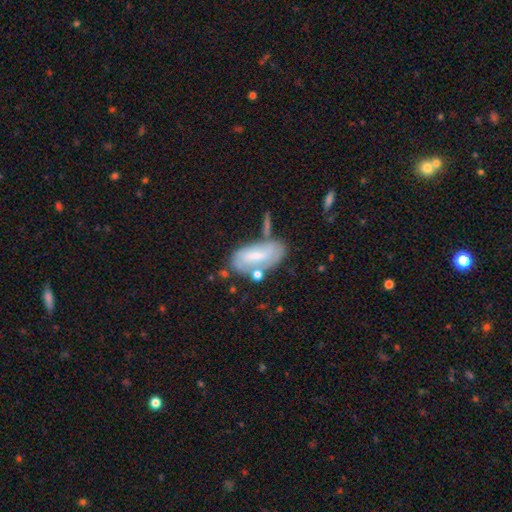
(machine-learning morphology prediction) This appears to be a featured or disk galaxy (50%). Merging: none (45%).